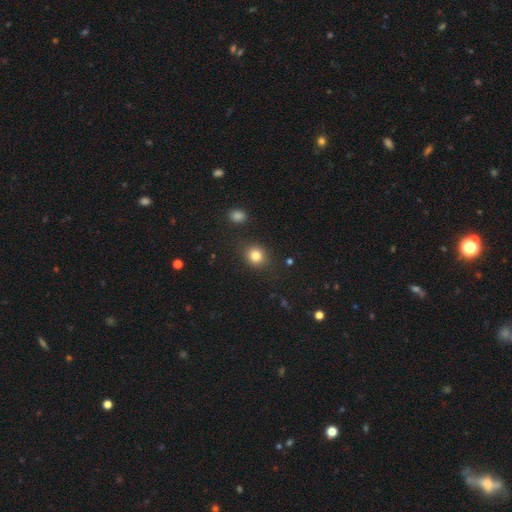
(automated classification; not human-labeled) Smooth or featured? smooth (82%)
How rounded? round (73%)
Merging? none (86%)